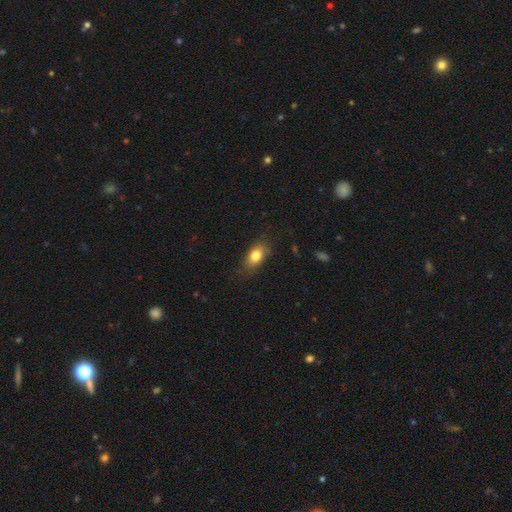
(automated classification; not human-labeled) Smooth or featured? smooth (81%)
How rounded? in between (83%)
Merging? none (76%)